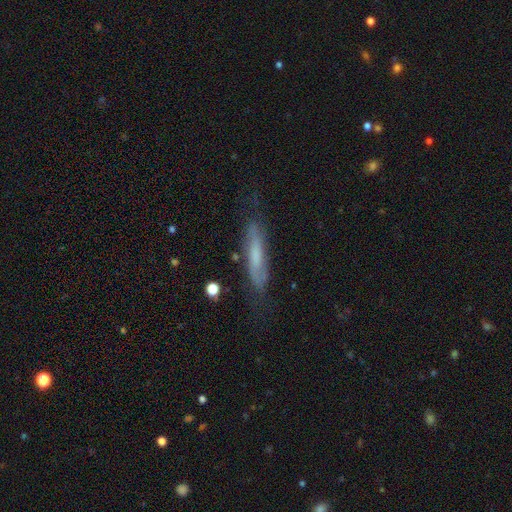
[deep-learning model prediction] Smooth or featured?
  - featured or disk: 50% *
  - smooth: 42%
  - star or artifact: 8%
Edge-on disk?
  - yes: 53% *
  - no: 47%
Merging?
  - none: 68% *
  - minor disturbance: 22%
  - major disturbance: 8%
  - merger: 2%